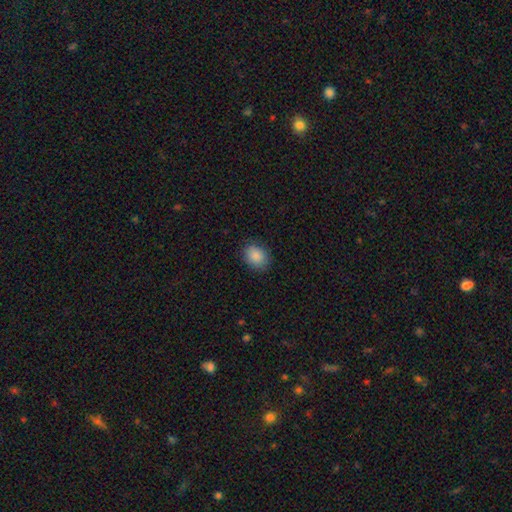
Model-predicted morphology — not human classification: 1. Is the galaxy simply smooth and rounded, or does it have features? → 88% smooth, 8% star or artifact, 4% featured or disk.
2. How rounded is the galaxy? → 55% in between, 44% round, 1% cigar-shaped.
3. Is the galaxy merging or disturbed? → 85% none, 11% minor disturbance, 3% major disturbance, 1% merger.